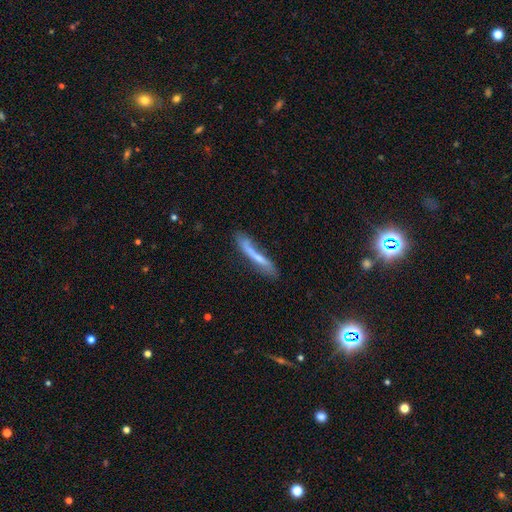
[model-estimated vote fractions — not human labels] smooth_or_featured: smooth (p=0.47) [alt: featured or disk p=0.45]
merging: none (p=0.49) [alt: minor disturbance p=0.26]